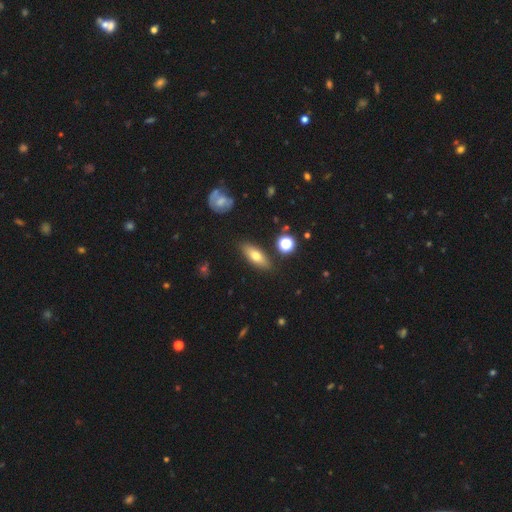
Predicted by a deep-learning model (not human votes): smooth 68%, featured or disk 23%, star or artifact 8%. Down the decision tree: how rounded — in between (67%); merging — none (84%).